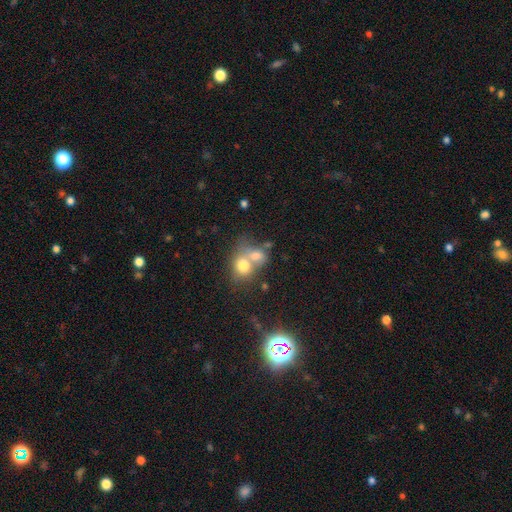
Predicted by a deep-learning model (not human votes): Q: Smooth or featured?
A: smooth (71%); runner-up: featured or disk (18%)
Q: How rounded?
A: round (50%); runner-up: in between (48%)
Q: Merging?
A: merger (69%); runner-up: none (20%)